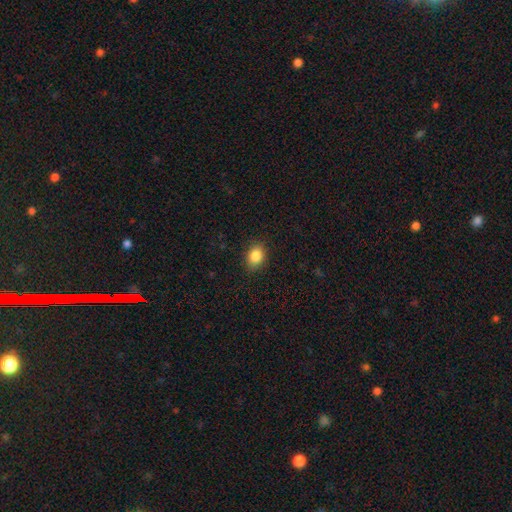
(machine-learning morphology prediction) This appears to be a smooth galaxy with no disk features (86%) that is in between round and cigar-shaped (67%). Merging: none (88%).